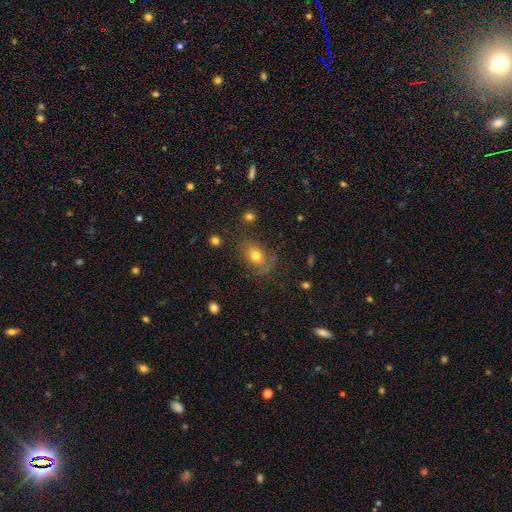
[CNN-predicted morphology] smooth 70%, featured or disk 17%, star or artifact 13%. Down the decision tree: how rounded — in between (56%); merging — none (60%).